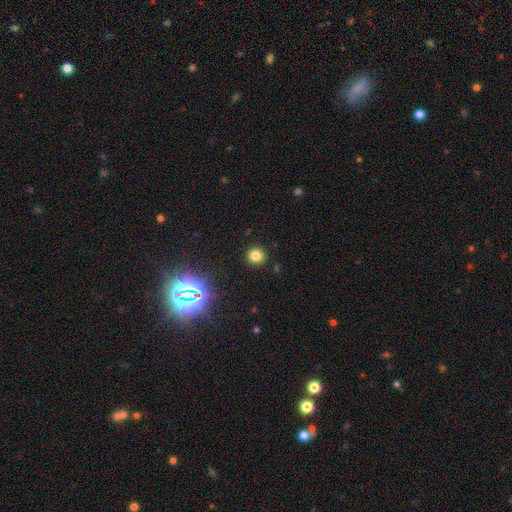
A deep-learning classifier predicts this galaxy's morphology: This is likely a smooth galaxy (78%). How rounded: clearly round (93%). Merging: clearly none (91%).